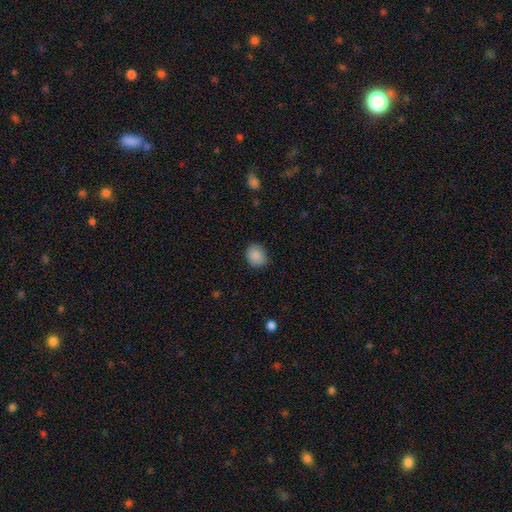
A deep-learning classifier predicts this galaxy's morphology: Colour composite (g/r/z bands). It shows a smooth galaxy with no disk features (87%) that is round (59%). Merging: none (82%).